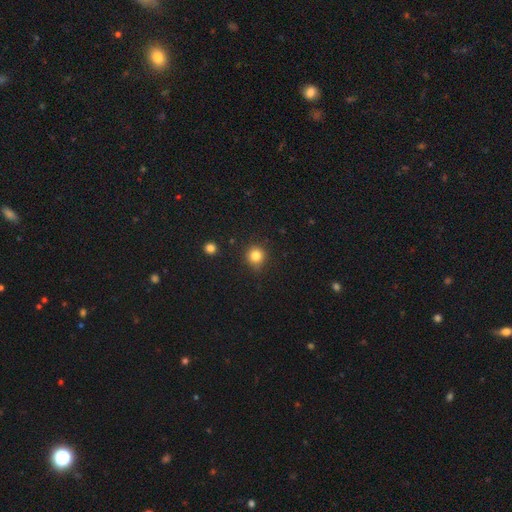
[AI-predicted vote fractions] This is clearly a smooth galaxy (82%). How rounded: clearly round (92%). Merging: clearly none (85%).